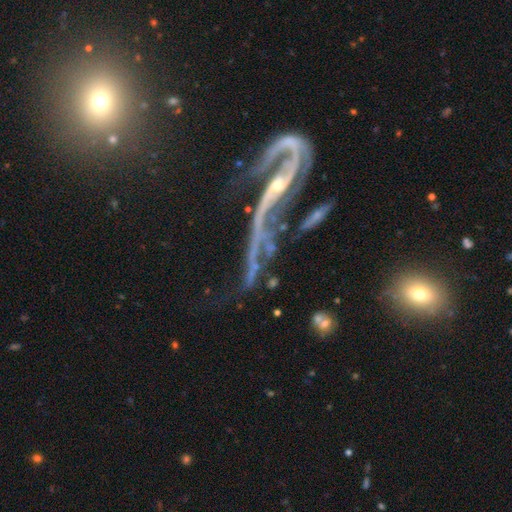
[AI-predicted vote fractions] Smooth or featured: featured or disk — 78% (star or artifact — 14%)
Edge-on disk: no — 78% (yes — 22%)
Bar: no — 42% (strong — 31%)
Spiral arms: yes — 82% (no — 18%)
Bulge size: small — 66% (moderate — 19%)
Merging: major disturbance — 38% (none — 29%)